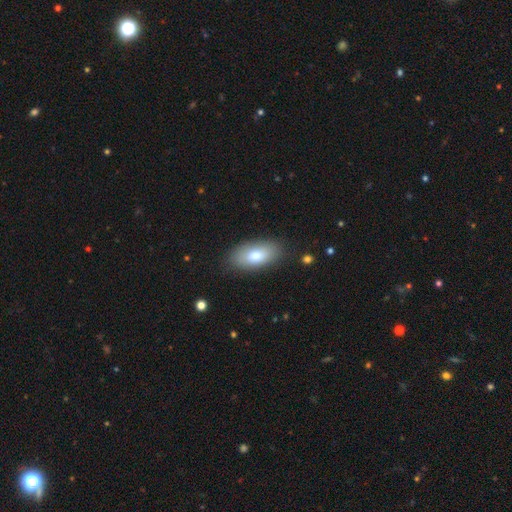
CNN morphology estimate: smooth-or-featured: smooth: 76% | featured or disk: 17% | star or artifact: 7%
  how-rounded: in between: 91% | cigar-shaped: 5% | round: 4%
  merging: none: 85% | minor disturbance: 11% | major disturbance: 3% | merger: 1%